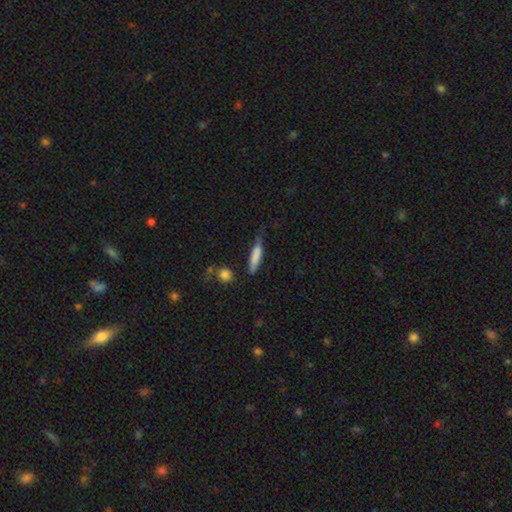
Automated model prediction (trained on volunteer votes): smooth 76%, featured or disk 18%, star or artifact 6%. Down the decision tree: how rounded — cigar-shaped (83%); merging — none (61%).